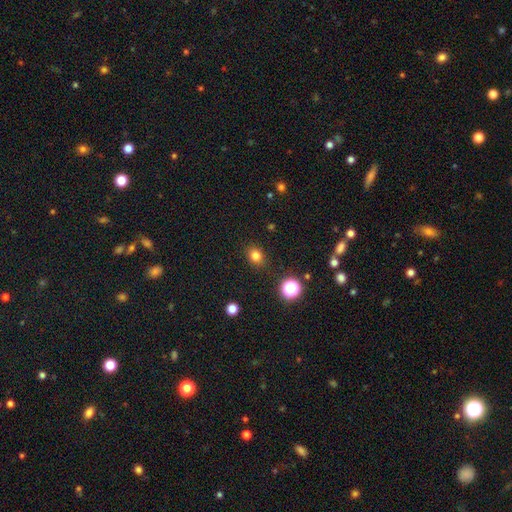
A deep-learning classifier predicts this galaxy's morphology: This appears to be a smooth galaxy with no disk features (79%) that is round (69%). Merging: none (88%).